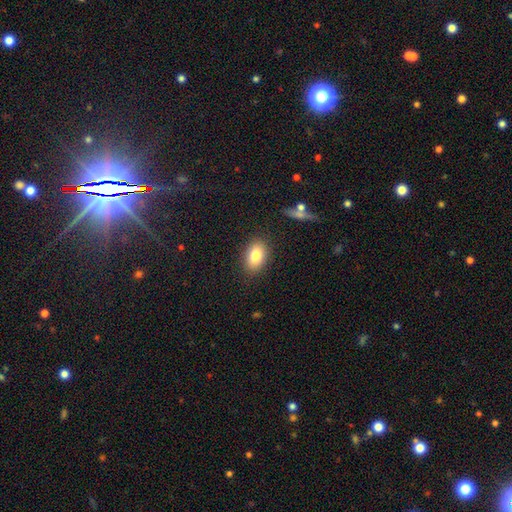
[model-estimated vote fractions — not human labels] Overall: smooth (81%). How rounded: in between (84%). Merging: none (85%).